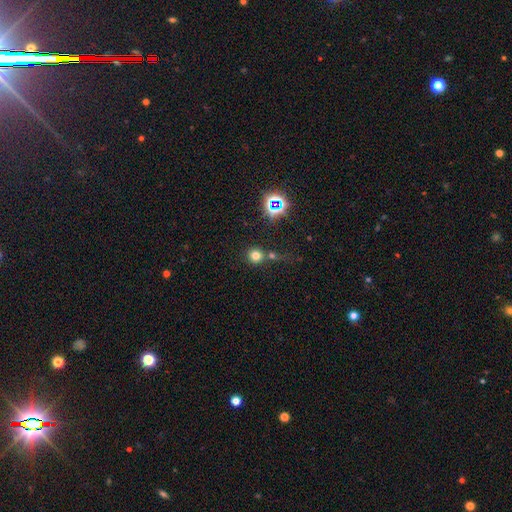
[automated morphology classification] Overall: smooth (70%). How rounded: round (91%). Merging: none (66%).